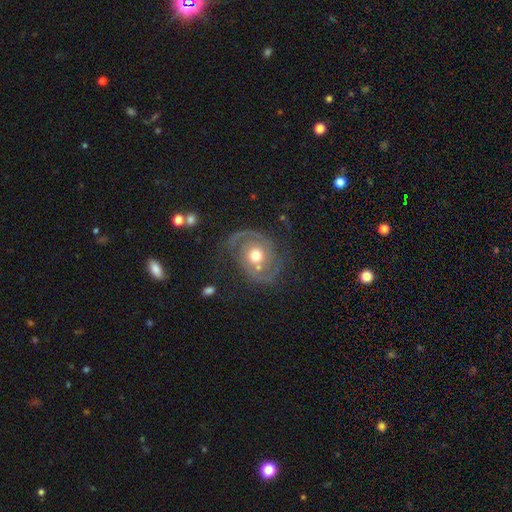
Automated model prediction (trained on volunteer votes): Smooth or featured?
  - featured or disk: 84% *
  - smooth: 10%
  - star or artifact: 6%
Edge-on disk?
  - no: 98% *
  - yes: 2%
Bar?
  - no: 76% *
  - weak: 19%
  - strong: 5%
Spiral arms?
  - yes: 91% *
  - no: 9%
Spiral winding?
  - medium: 47% *
  - tight: 36%
  - loose: 17%
Spiral arm count?
  - 2: 86% *
  - can't tell: 5%
  - 1: 4%
  - 3: 2%
  - 4: 1%
  - more than 4: 1%
Bulge size?
  - moderate: 77% *
  - large: 11%
  - small: 10%
  - dominant: 1%
  - none: 1%
Merging?
  - none: 69% *
  - minor disturbance: 17%
  - major disturbance: 11%
  - merger: 4%